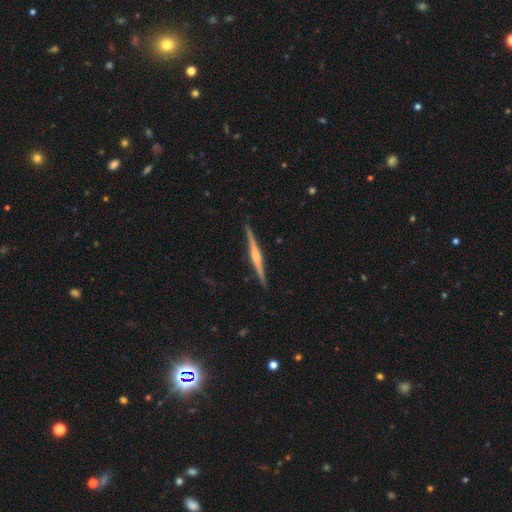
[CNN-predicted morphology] Q: Smooth or featured?
A: featured or disk (80%); runner-up: smooth (15%)
Q: Edge-on disk?
A: yes (98%); runner-up: no (2%)
Q: Edge-on bulge?
A: rounded (74%); runner-up: boxy (15%)
Q: Merging?
A: none (91%); runner-up: minor disturbance (7%)